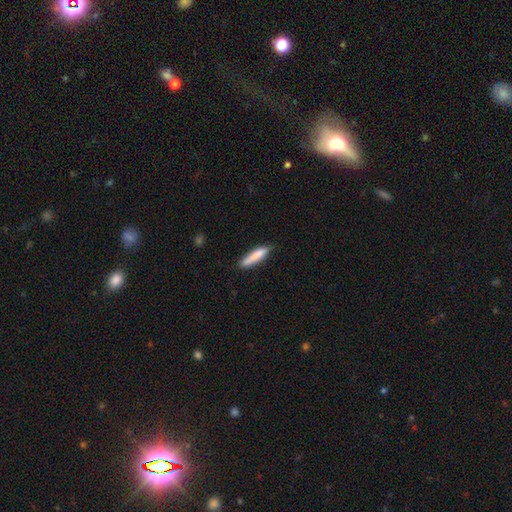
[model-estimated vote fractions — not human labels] Smooth or featured?
  - smooth: 83% *
  - featured or disk: 11%
  - star or artifact: 6%
How rounded?
  - cigar-shaped: 82% *
  - in between: 17%
  - round: 1%
Merging?
  - none: 76% *
  - minor disturbance: 19%
  - major disturbance: 3%
  - merger: 2%